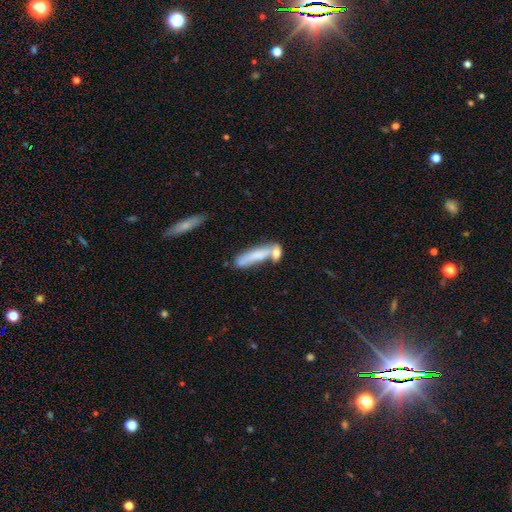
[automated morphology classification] smooth_or_featured: smooth (p=0.69) [alt: featured or disk p=0.24]
how_rounded: cigar-shaped (p=0.79) [alt: in between p=0.19]
merging: merger (p=0.39) [alt: none p=0.38]